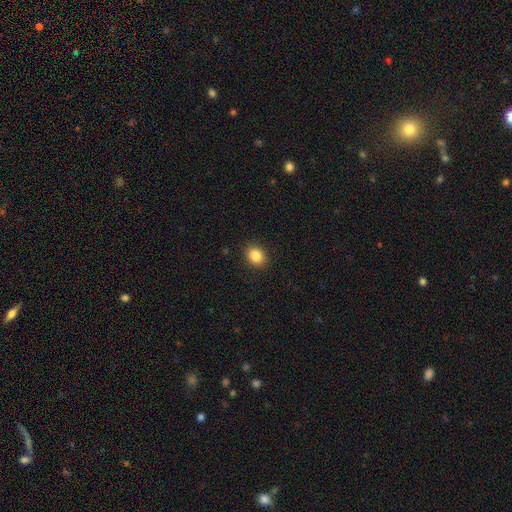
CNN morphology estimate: Smooth or featured: smooth — 86% (star or artifact — 9%)
How rounded: round — 54% (in between — 45%)
Merging: none — 89% (minor disturbance — 8%)